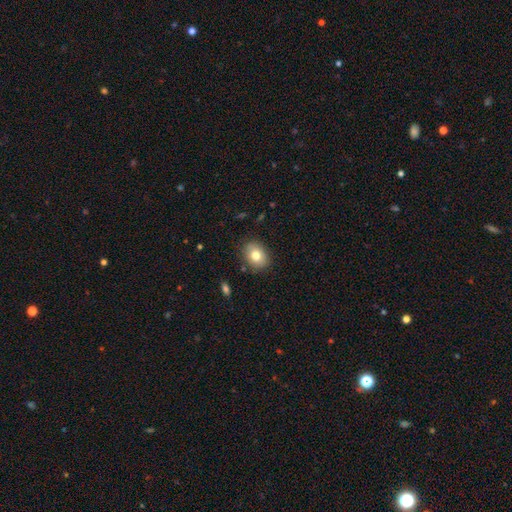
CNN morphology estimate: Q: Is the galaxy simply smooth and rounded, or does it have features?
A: smooth — 78%.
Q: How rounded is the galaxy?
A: in between — 59%.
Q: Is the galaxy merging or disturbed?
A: none — 85%.